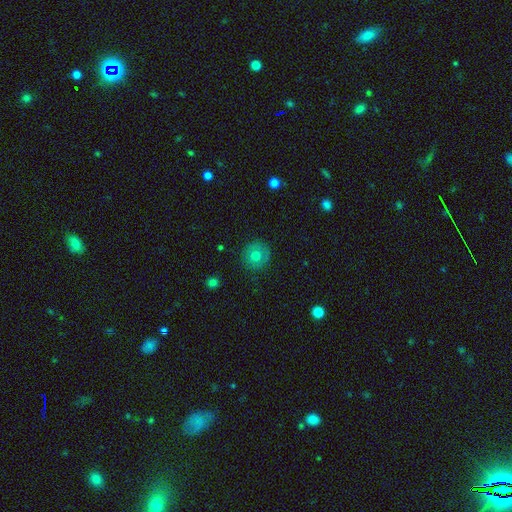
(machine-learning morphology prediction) type=smooth (69%); roundness=round (93%); merging=none (86%).